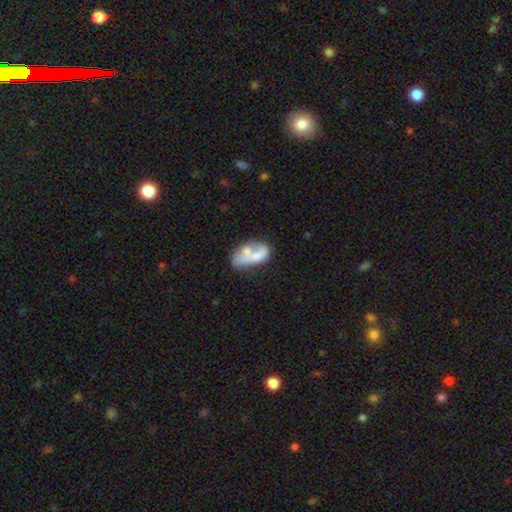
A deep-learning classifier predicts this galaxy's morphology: Smooth or featured: smooth — 52% (featured or disk — 40%)
How rounded: in between — 89% (round — 7%)
Merging: merger — 46% (none — 21%)